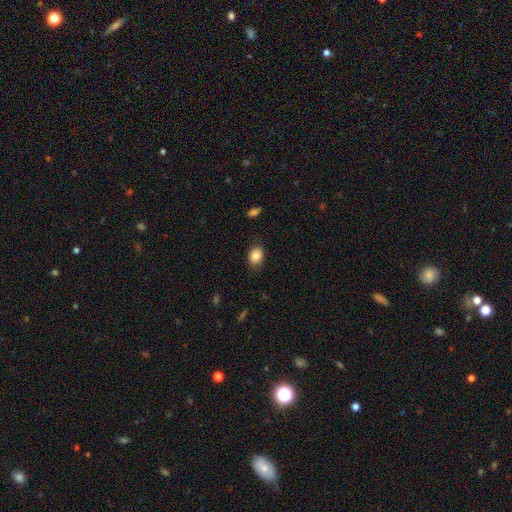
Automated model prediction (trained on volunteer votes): This appears to be a smooth galaxy with no disk features (85%) that is in between round and cigar-shaped (62%). Merging: none (80%).